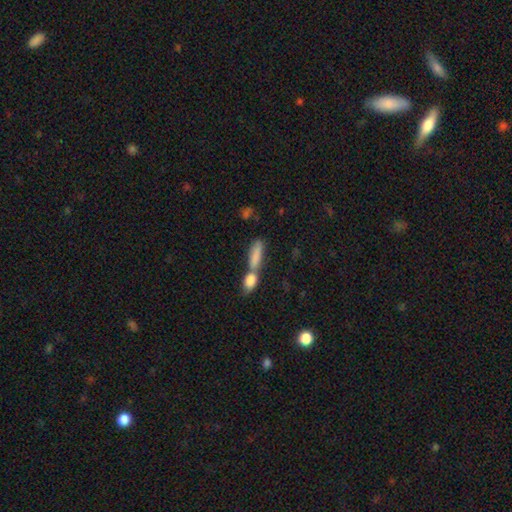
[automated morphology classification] Overall: smooth (81%). How rounded: in between (53%; cigar-shaped 42%). Merging: merger (61%; none 27%).